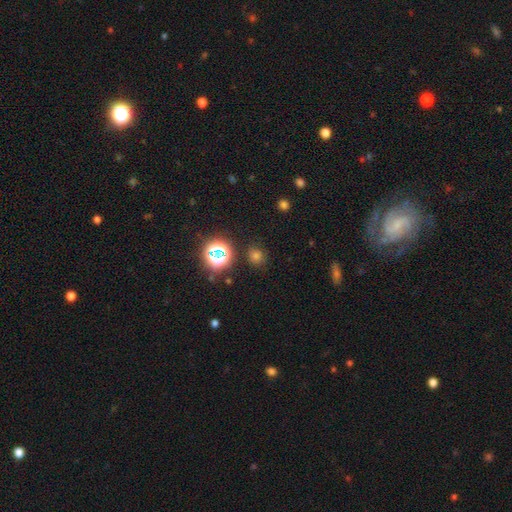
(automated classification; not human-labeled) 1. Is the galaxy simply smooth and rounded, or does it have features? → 62% smooth, 32% star or artifact, 6% featured or disk.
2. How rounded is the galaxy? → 87% round, 12% in between, 1% cigar-shaped.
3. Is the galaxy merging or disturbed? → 86% none, 8% minor disturbance, 3% major disturbance, 2% merger.